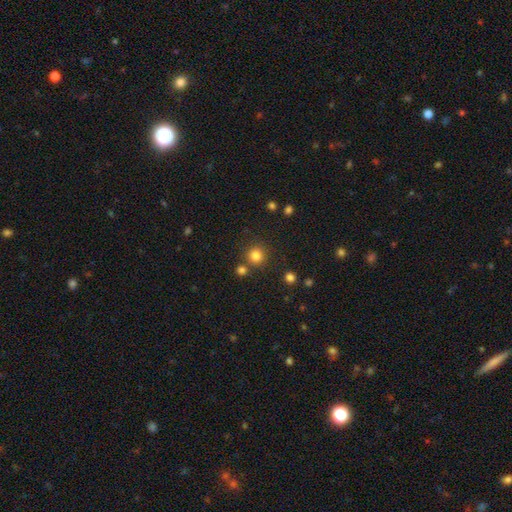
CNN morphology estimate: type=smooth (81%); roundness=round (93%); merging=none (82%).